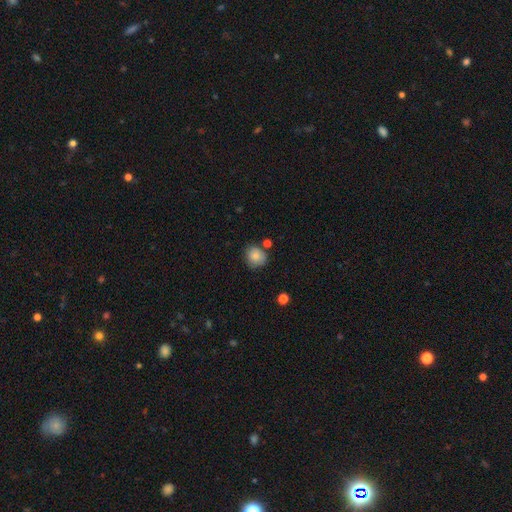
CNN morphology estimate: Q: Smooth or featured?
A: smooth (82%); runner-up: star or artifact (9%)
Q: How rounded?
A: round (80%); runner-up: in between (20%)
Q: Merging?
A: none (72%); runner-up: minor disturbance (17%)